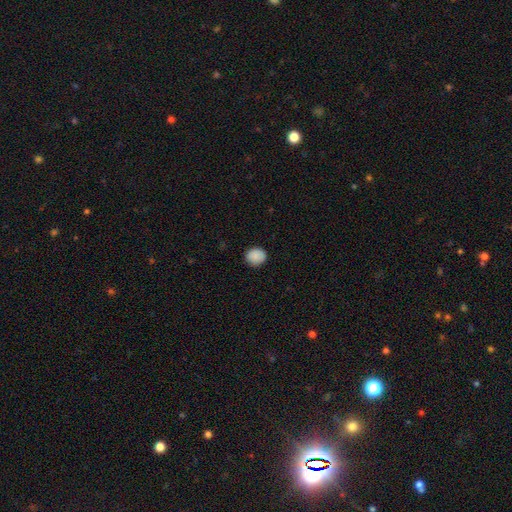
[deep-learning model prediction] This appears to be a smooth galaxy with no disk features (88%) that is round (79%). Merging: none (87%).